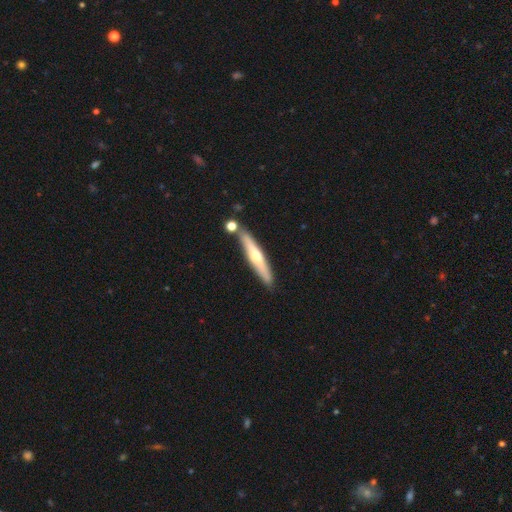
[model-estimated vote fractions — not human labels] A featured or disk galaxy (55%) viewed edge-on (92%) with a rounded central bulge (86%). Merging: none (81%).